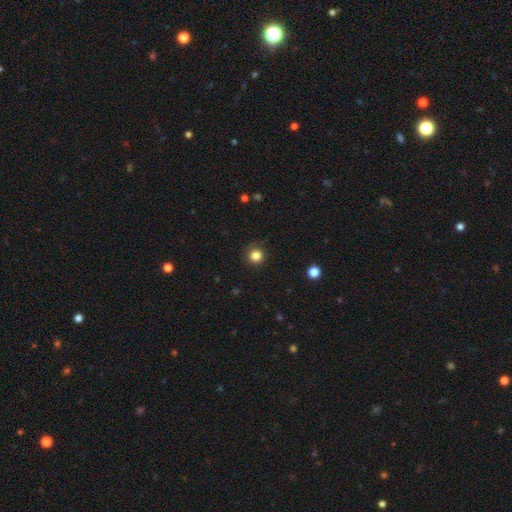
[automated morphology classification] Smooth or featured? smooth (82%)
How rounded? round (94%)
Merging? none (87%)